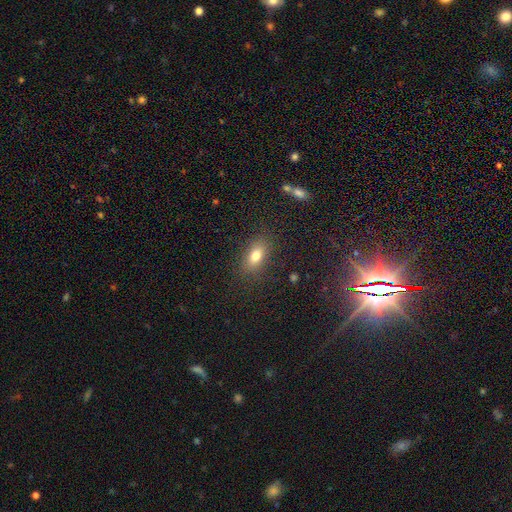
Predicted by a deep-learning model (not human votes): Smooth or featured: smooth — 78% (featured or disk — 11%)
How rounded: in between — 81% (round — 11%)
Merging: none — 84% (minor disturbance — 10%)